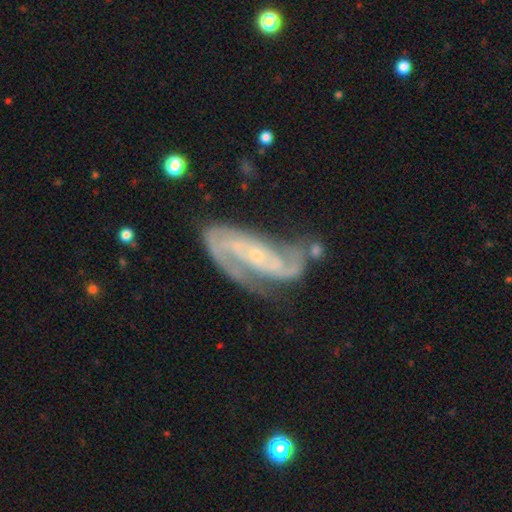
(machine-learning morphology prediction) A featured or disk galaxy (89%) with no bar (46%), 2 (75%) medium (44%) spiral arms (97%) and a small central bulge (79%).

Vote fractions:
- Smooth or featured? featured or disk: 89% / smooth: 6% / star or artifact: 6%
- Edge-on disk? no: 94% / yes: 6%
- Bar? no: 46% / weak: 32% / strong: 22%
- Spiral arms? yes: 97% / no: 3%
- Spiral winding? medium: 44% / tight: 42% / loose: 14%
- Spiral arm count? 2: 75% / can't tell: 9% / 3: 8% / 1: 4% / 4: 2% / more than 4: 2%
- Bulge size? small: 79% / moderate: 16% / none: 3% / large: 1% / dominant: 1%
- Merging? none: 53% / minor disturbance: 23% / major disturbance: 17% / merger: 7%